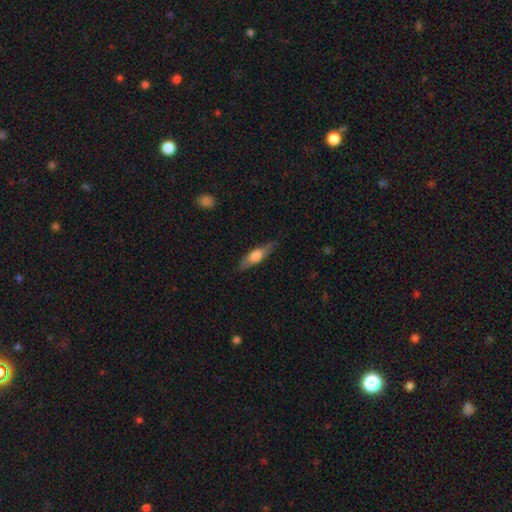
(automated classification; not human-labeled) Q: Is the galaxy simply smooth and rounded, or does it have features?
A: smooth — 51%.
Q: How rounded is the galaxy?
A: cigar-shaped — 60%.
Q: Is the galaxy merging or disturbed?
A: none — 83%.